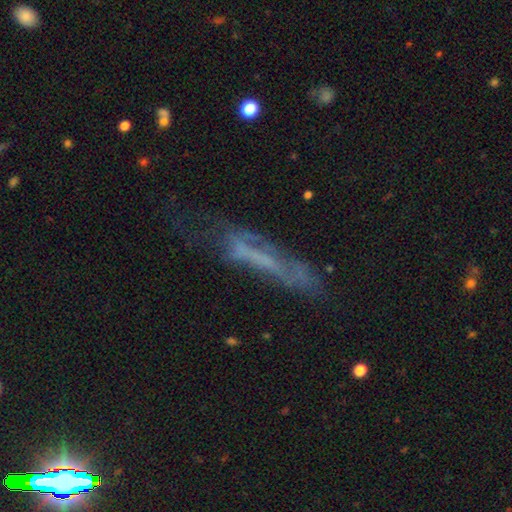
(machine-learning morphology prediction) This is possibly a featured or disk galaxy (51%). It is possibly viewed edge-on (53%). Merging: possibly none (49%).